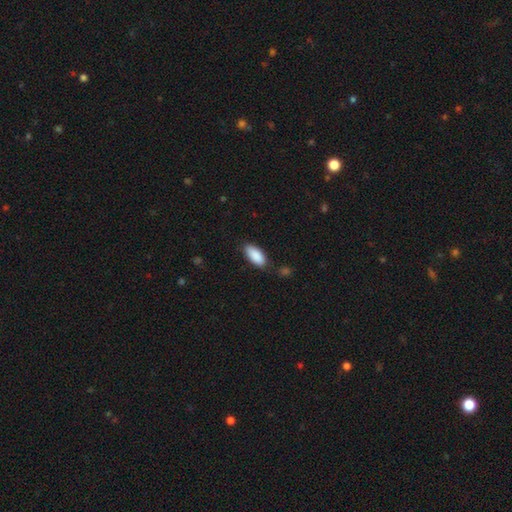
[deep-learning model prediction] Smooth or featured? Predicted: smooth (p=0.89). How rounded? Predicted: in between (p=0.89). Merging? Predicted: none (p=0.79).